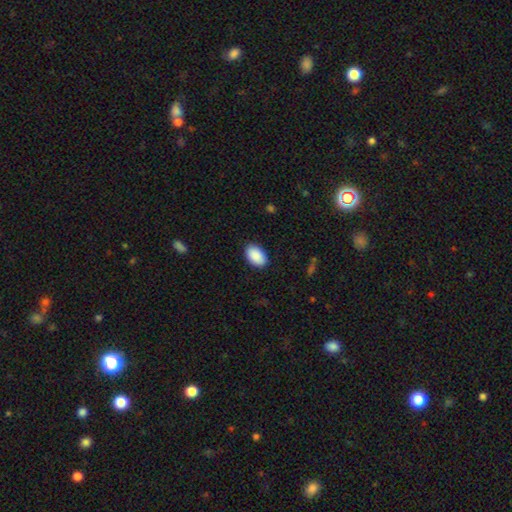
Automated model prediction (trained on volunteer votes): Smooth or featured?
  - smooth: 91% *
  - star or artifact: 6%
  - featured or disk: 3%
How rounded?
  - in between: 92% *
  - round: 7%
  - cigar-shaped: 1%
Merging?
  - none: 89% *
  - minor disturbance: 8%
  - major disturbance: 2%
  - merger: 1%